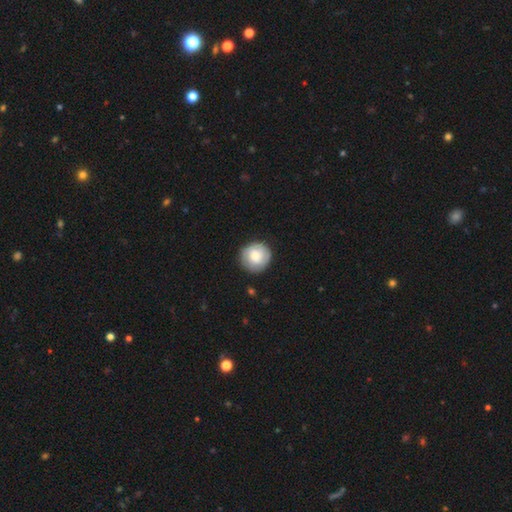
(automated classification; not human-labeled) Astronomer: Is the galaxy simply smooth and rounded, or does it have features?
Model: smooth — 64%.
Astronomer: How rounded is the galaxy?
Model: round — 92%.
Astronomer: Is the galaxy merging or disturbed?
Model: none — 85%.